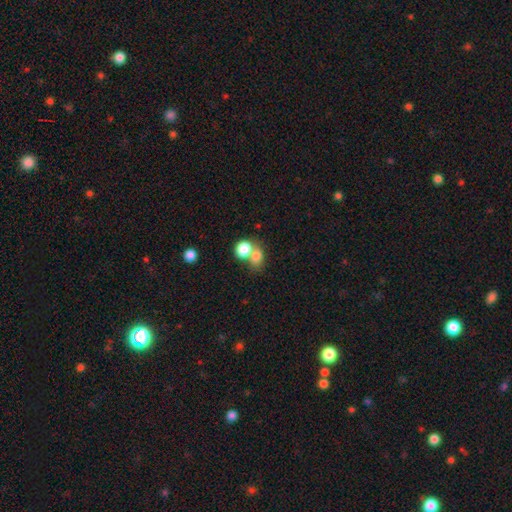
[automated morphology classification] Smooth or featured? smooth (79%)
How rounded? round (59%)
Merging? merger (58%)